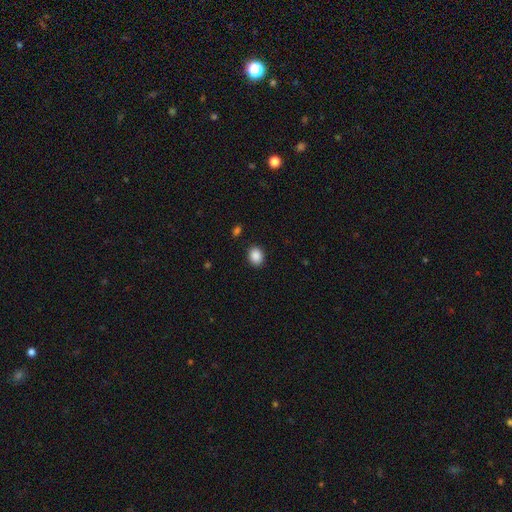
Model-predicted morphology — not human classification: A smooth galaxy with no disk features (88%) that is round (54%). Merging: none (88%).